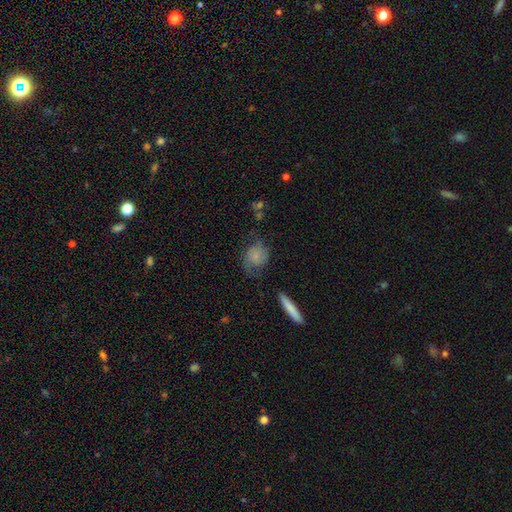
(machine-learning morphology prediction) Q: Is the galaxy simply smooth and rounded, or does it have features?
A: smooth — 54%.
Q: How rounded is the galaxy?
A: round — 59%.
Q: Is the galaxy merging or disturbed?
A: none — 54%.